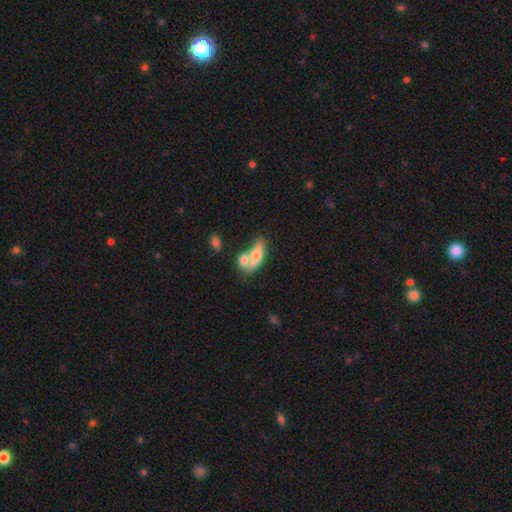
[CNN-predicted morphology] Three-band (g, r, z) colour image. It shows a smooth galaxy with no disk features (64%) that is in between round and cigar-shaped (73%). Merging: merger (54%).